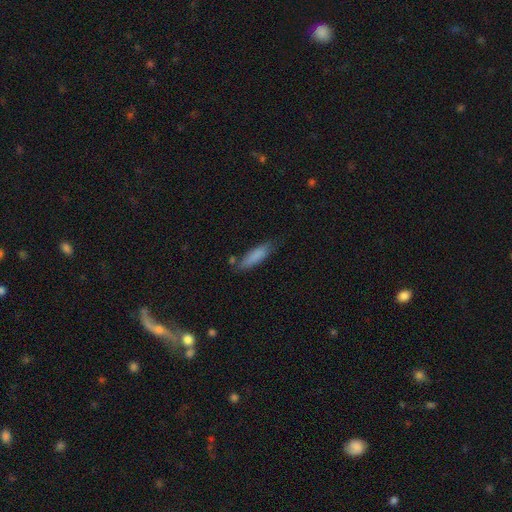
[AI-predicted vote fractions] smooth_or_featured: smooth (p=0.83) [alt: featured or disk p=0.10]
how_rounded: cigar-shaped (p=0.65) [alt: in between p=0.34]
merging: none (p=0.70) [alt: minor disturbance p=0.20]